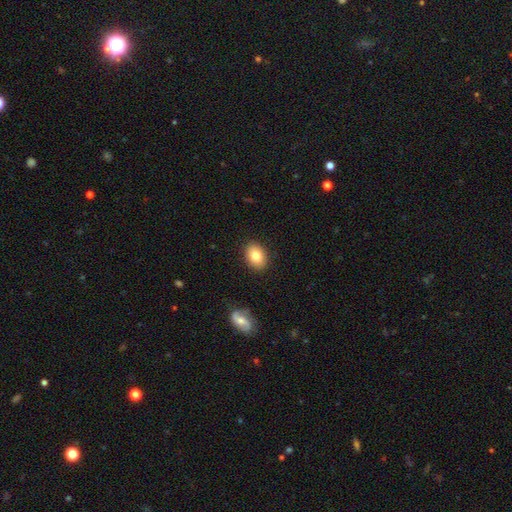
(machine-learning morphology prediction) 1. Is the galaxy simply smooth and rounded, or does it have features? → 81% smooth, 11% featured or disk, 8% star or artifact.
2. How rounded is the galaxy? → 74% in between, 24% round, 1% cigar-shaped.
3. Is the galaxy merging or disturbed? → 88% none, 9% minor disturbance, 2% major disturbance, 1% merger.